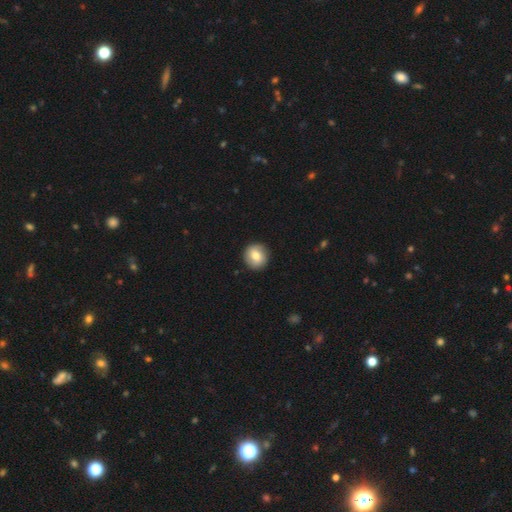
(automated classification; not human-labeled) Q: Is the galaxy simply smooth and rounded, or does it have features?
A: smooth — 69%.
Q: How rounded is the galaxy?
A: round — 91%.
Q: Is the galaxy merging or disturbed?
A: none — 89%.